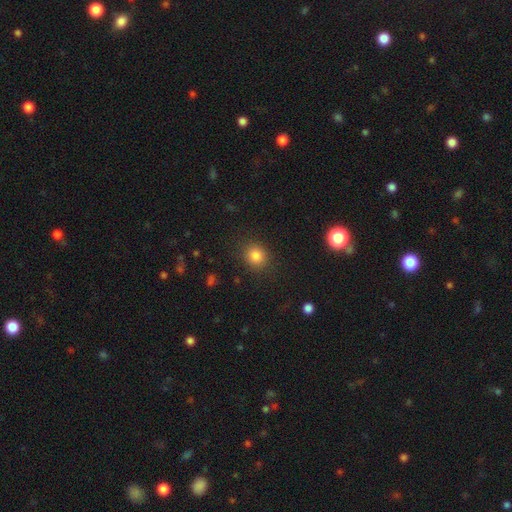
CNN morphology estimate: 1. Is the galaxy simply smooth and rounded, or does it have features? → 83% smooth, 12% star or artifact, 5% featured or disk.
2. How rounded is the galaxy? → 77% round, 22% in between, 1% cigar-shaped.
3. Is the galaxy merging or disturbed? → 87% none, 9% minor disturbance, 3% major disturbance, 1% merger.